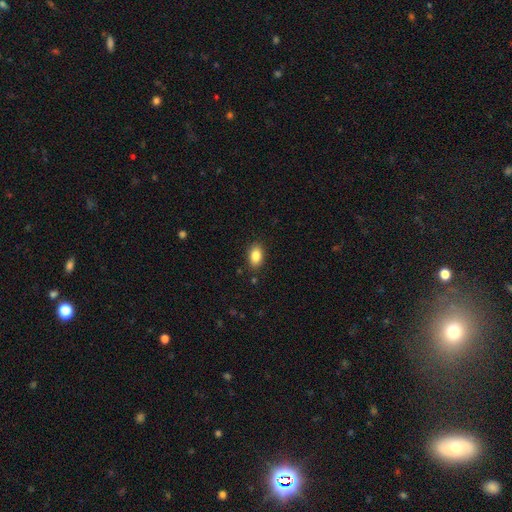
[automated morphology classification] smooth 86%, star or artifact 8%, featured or disk 6%. Down the decision tree: how rounded — in between (89%); merging — none (87%).